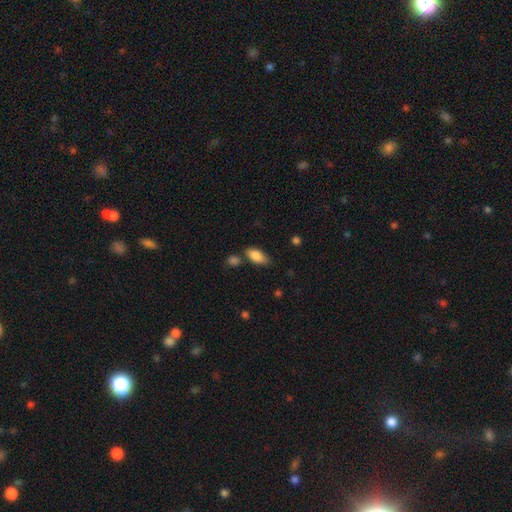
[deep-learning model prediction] A smooth galaxy with no disk features (85%) that is in between round and cigar-shaped (87%). Merging: none (65%).